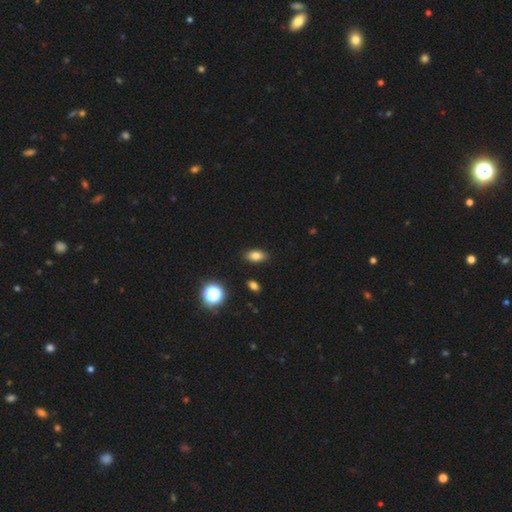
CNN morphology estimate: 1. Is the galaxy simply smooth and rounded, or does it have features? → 81% smooth, 12% star or artifact, 7% featured or disk.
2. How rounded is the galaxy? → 88% in between, 8% round, 4% cigar-shaped.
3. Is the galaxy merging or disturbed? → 89% none, 8% minor disturbance, 2% major disturbance, 2% merger.